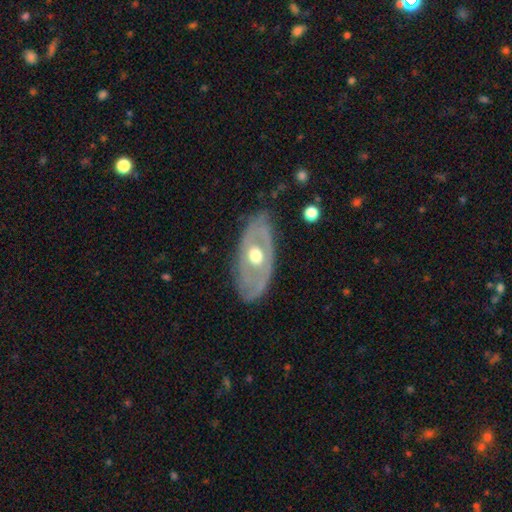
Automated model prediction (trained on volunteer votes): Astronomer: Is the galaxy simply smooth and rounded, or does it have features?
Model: featured or disk — 71%.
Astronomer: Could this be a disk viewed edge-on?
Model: no — 86%.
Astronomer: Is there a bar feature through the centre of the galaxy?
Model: no — 87%.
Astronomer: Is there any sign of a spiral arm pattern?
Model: no — 64%.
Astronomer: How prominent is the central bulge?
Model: moderate — 76%.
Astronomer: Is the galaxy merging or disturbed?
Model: none — 74%.